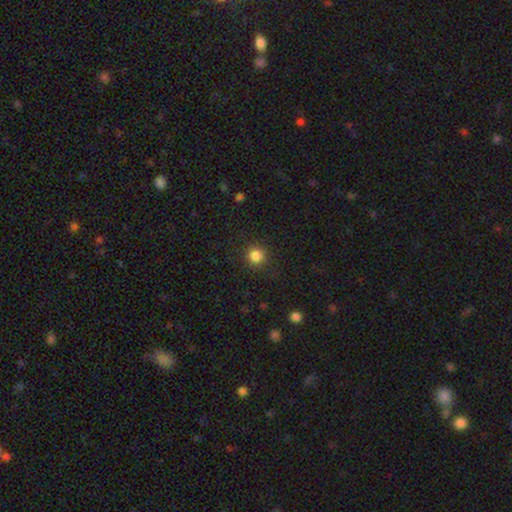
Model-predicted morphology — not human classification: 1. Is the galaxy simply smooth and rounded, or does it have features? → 85% smooth, 12% star or artifact, 4% featured or disk.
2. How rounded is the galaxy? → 93% round, 6% in between, 1% cigar-shaped.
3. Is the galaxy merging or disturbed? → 89% none, 7% minor disturbance, 3% major disturbance, 1% merger.